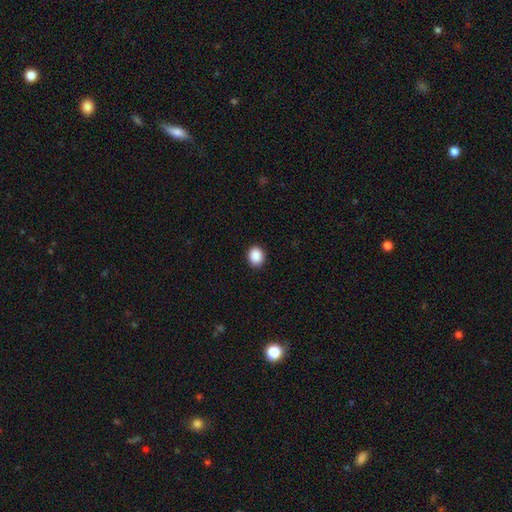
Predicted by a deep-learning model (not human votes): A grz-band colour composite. It shows a smooth galaxy with no disk features (90%) that is round (60%). Merging: none (90%).